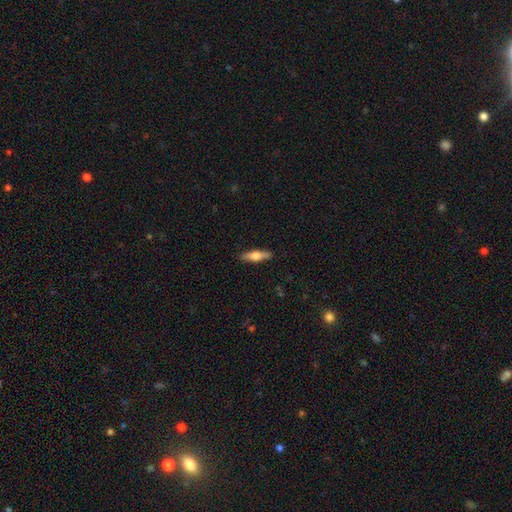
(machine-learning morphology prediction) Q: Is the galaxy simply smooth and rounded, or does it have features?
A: featured or disk — 48%.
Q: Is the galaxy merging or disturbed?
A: none — 90%.